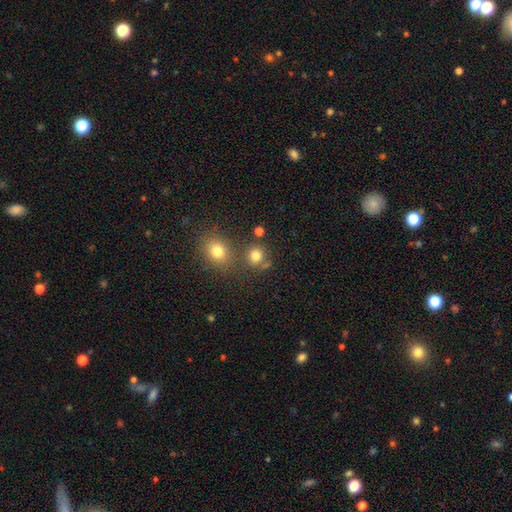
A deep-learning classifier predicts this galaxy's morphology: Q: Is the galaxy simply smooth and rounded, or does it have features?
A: smooth — 78%.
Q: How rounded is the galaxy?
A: round — 87%.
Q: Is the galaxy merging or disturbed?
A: none — 70%.